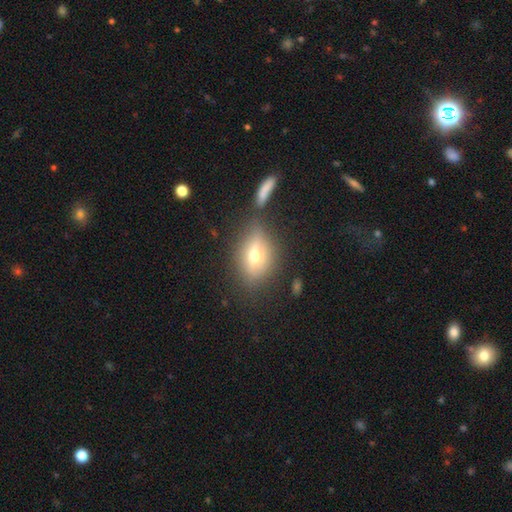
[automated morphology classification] smooth_or_featured: smooth (p=0.52) [alt: featured or disk p=0.35]
how_rounded: in between (p=0.70) [alt: round p=0.20]
merging: none (p=0.65) [alt: minor disturbance p=0.16]